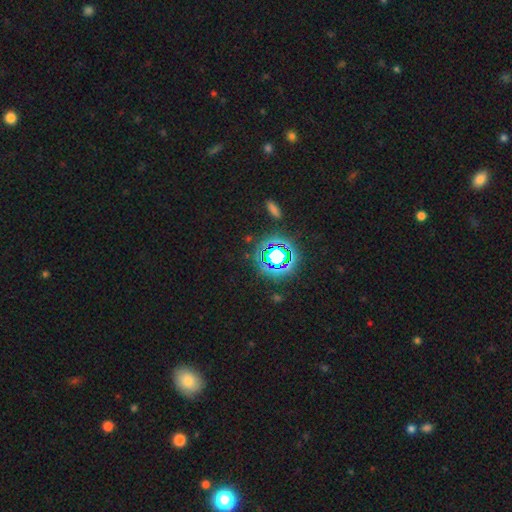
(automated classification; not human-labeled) Smooth or featured? star or artifact (78%)